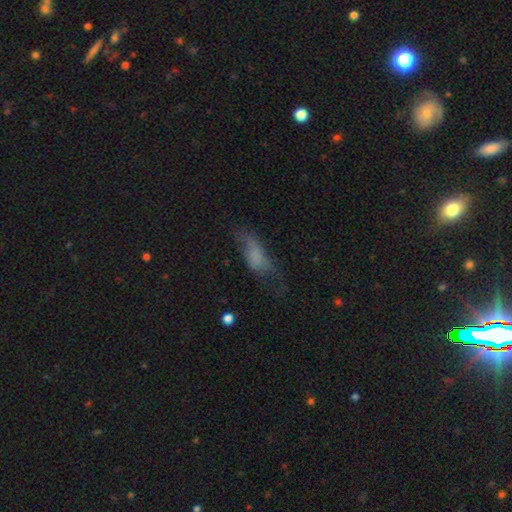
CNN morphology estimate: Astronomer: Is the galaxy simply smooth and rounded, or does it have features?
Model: smooth — 61%.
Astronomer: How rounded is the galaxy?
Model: in between — 74%.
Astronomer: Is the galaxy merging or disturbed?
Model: major disturbance — 35% (runner-up: none, 34%).